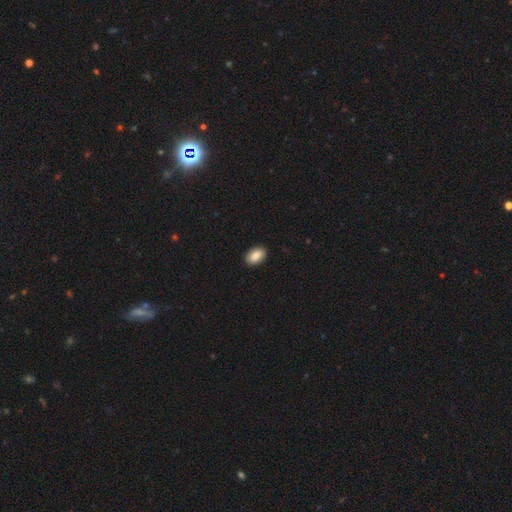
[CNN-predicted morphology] Overall: smooth (88%). How rounded: in between (92%). Merging: none (91%).